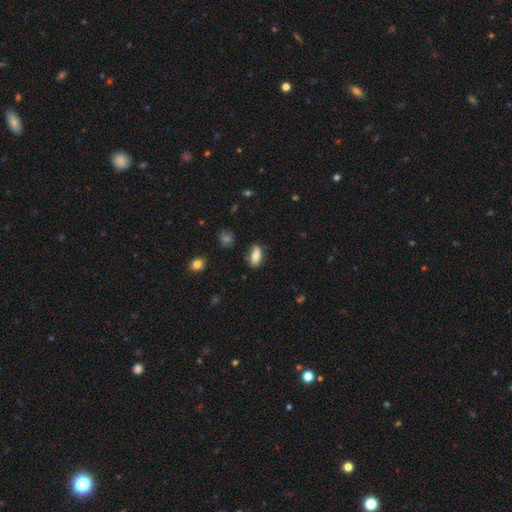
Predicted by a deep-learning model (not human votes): smooth_or_featured: smooth (p=0.78) [alt: featured or disk p=0.15]
how_rounded: in between (p=0.86) [alt: cigar-shaped p=0.10]
merging: none (p=0.77) [alt: minor disturbance p=0.17]